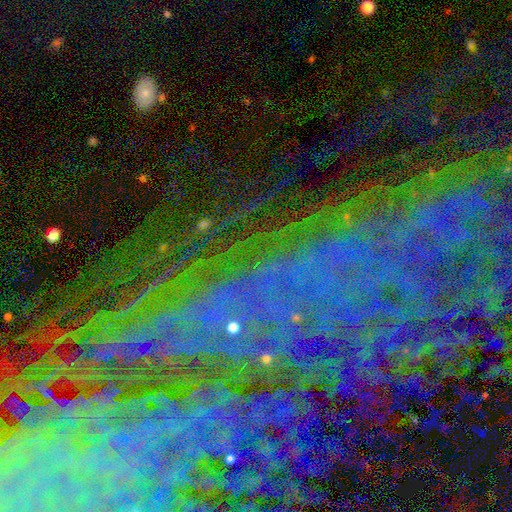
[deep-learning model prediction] Smooth or featured? star or artifact (72%)